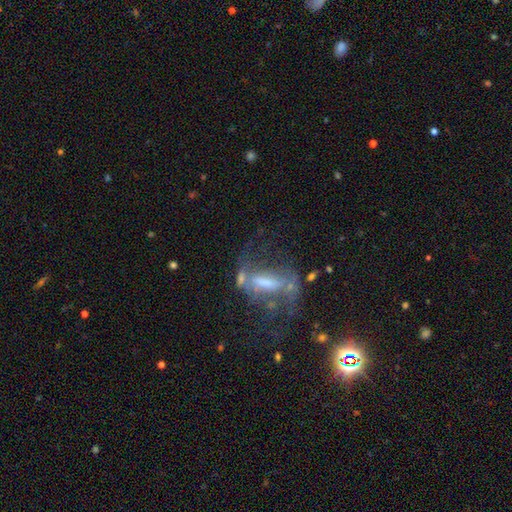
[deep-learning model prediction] Q: Smooth or featured?
A: featured or disk (68%); runner-up: star or artifact (19%)
Q: Edge-on disk?
A: no (84%); runner-up: yes (16%)
Q: Bar?
A: strong (43%); runner-up: weak (36%)
Q: Spiral arms?
A: yes (72%); runner-up: no (28%)
Q: Bulge size?
A: small (37%); runner-up: moderate (35%)
Q: Merging?
A: none (49%); runner-up: major disturbance (26%)